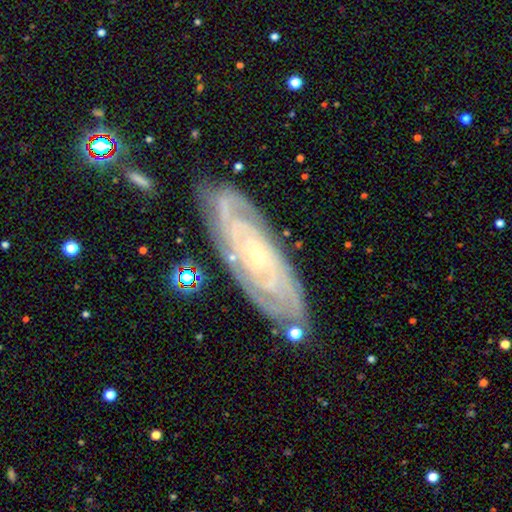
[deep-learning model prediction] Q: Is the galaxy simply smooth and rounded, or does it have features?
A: featured or disk — 86%.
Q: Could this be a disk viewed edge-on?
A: no — 89%.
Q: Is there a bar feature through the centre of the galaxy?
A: no — 76%.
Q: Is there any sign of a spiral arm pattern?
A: yes — 97%.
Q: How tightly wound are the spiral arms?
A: tight — 82%.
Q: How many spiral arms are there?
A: can't tell — 31%.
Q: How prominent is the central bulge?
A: small — 86%.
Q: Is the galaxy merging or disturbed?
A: none — 80%.